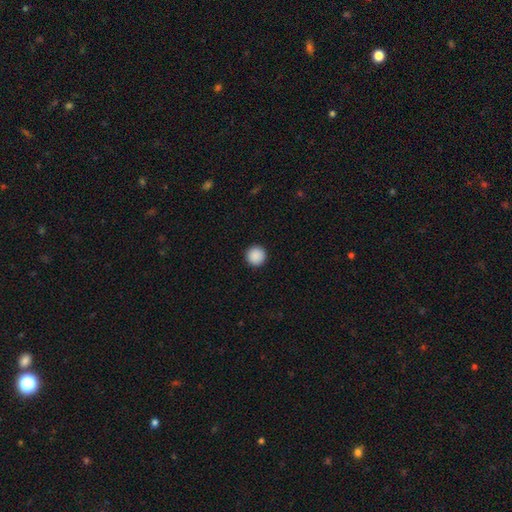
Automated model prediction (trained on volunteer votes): Smooth or featured?
  - smooth: 89% *
  - star or artifact: 8%
  - featured or disk: 2%
How rounded?
  - round: 97% *
  - in between: 2%
  - cigar-shaped: 1%
Merging?
  - none: 94% *
  - minor disturbance: 4%
  - major disturbance: 1%
  - merger: 1%